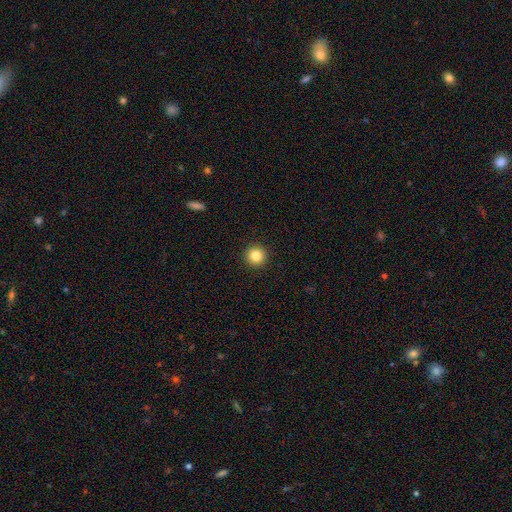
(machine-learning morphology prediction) Q: Smooth or featured?
A: smooth (85%); runner-up: star or artifact (11%)
Q: How rounded?
A: round (96%); runner-up: in between (3%)
Q: Merging?
A: none (93%); runner-up: minor disturbance (4%)